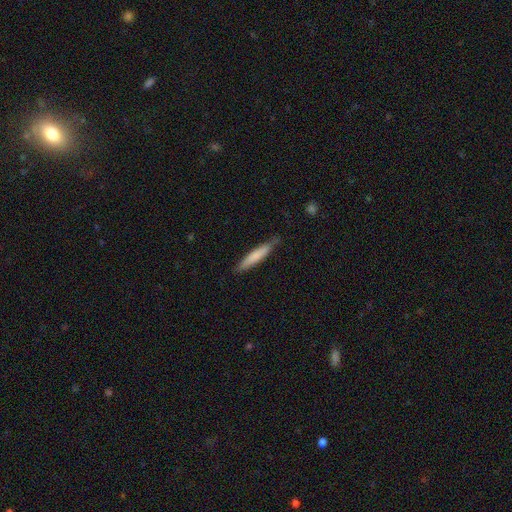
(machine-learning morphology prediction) smooth 73%, featured or disk 21%, star or artifact 5%. Down the decision tree: how rounded — cigar-shaped (91%); merging — none (79%).